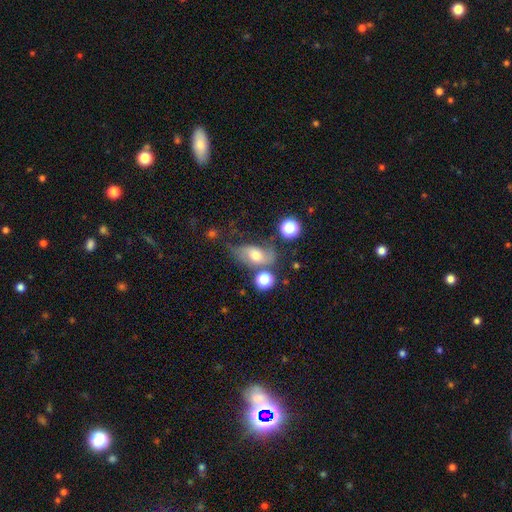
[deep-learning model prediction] This is possibly a smooth galaxy (48%). Merging: marginally none (41%).